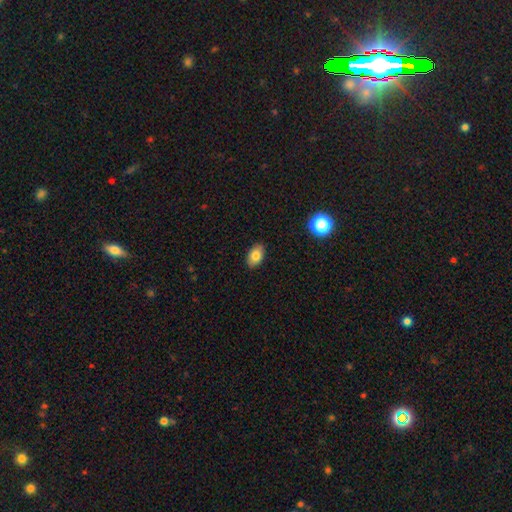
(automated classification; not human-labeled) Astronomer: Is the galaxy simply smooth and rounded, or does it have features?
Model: smooth — 82%.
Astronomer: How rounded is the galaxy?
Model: in between — 90%.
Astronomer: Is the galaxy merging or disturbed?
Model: none — 88%.